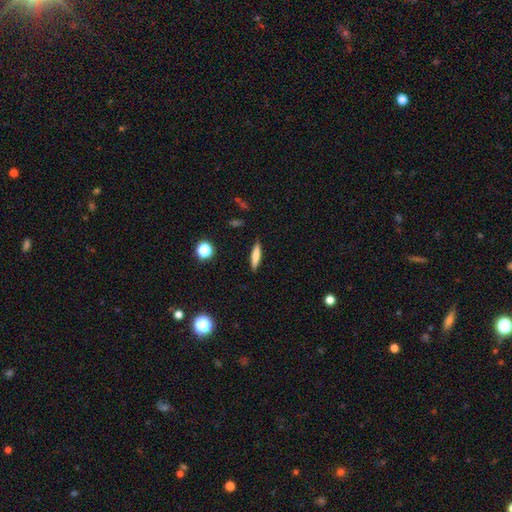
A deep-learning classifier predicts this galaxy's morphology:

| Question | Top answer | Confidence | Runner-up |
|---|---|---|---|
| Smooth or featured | smooth | 74% | featured or disk (18%) |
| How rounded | cigar-shaped | 81% | in between (17%) |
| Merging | none | 89% | minor disturbance (8%) |